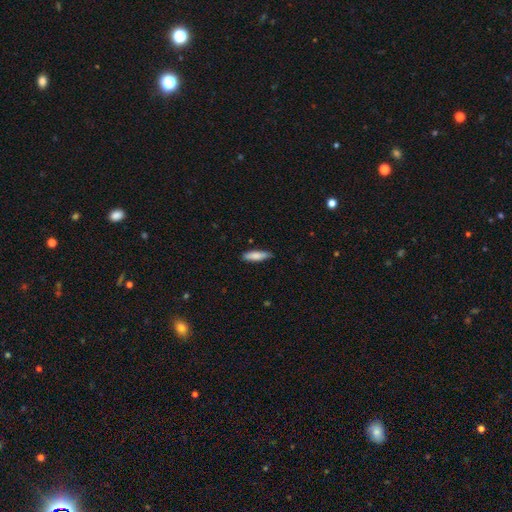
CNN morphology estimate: Q: Smooth or featured?
A: smooth (81%); runner-up: featured or disk (14%)
Q: How rounded?
A: cigar-shaped (63%); runner-up: in between (35%)
Q: Merging?
A: none (83%); runner-up: minor disturbance (13%)